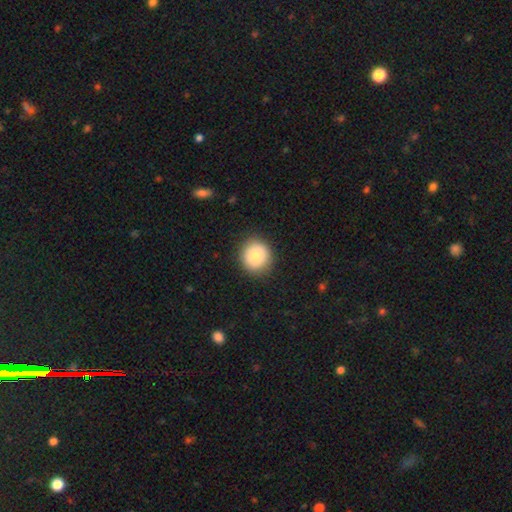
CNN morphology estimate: A smooth galaxy with no disk features (80%) that is round (90%).

Vote fractions:
- Smooth or featured? smooth: 80% / featured or disk: 12% / star or artifact: 8%
- How rounded? round: 90% / in between: 9% / cigar-shaped: 1%
- Merging? none: 89% / minor disturbance: 8% / major disturbance: 2% / merger: 1%